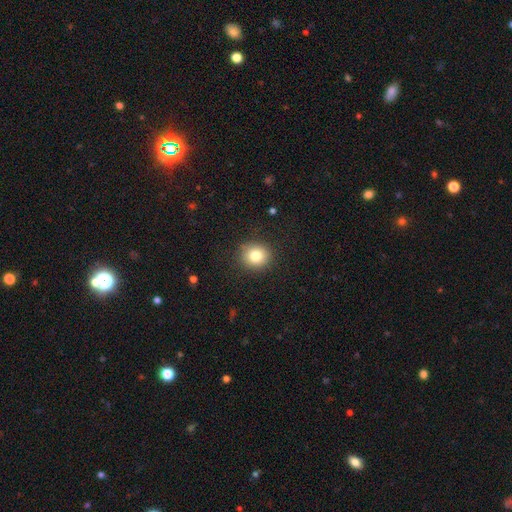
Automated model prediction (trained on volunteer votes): Smooth or featured?
  - smooth: 81% *
  - star or artifact: 11%
  - featured or disk: 8%
How rounded?
  - round: 84% *
  - in between: 15%
  - cigar-shaped: 1%
Merging?
  - none: 89% *
  - minor disturbance: 7%
  - major disturbance: 3%
  - merger: 1%